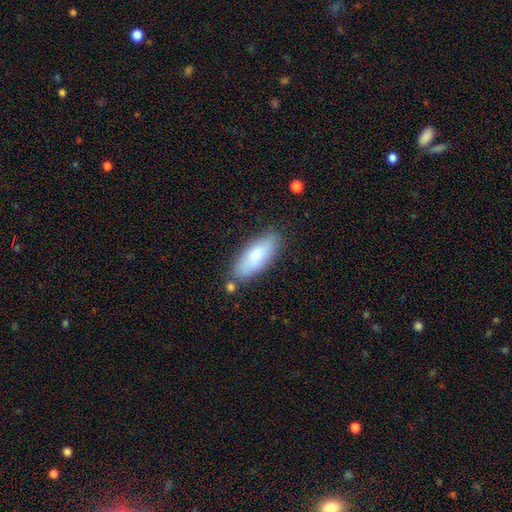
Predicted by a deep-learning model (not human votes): Smooth or featured: smooth — 80% (featured or disk — 14%)
How rounded: in between — 69% (cigar-shaped — 29%)
Merging: none — 79% (minor disturbance — 14%)